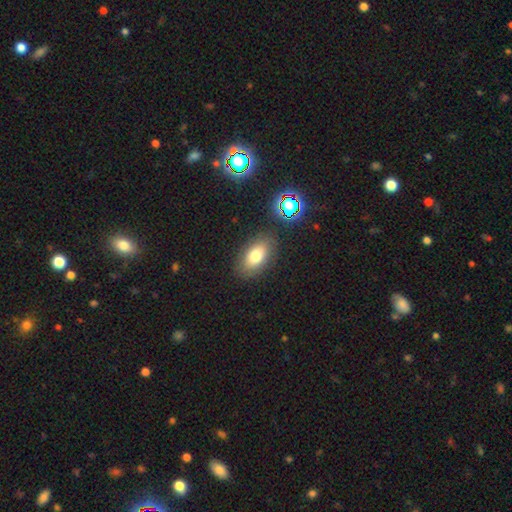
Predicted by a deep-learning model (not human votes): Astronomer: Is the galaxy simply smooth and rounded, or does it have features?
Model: smooth — 75%.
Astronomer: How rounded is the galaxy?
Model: in between — 89%.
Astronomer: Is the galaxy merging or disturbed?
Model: none — 85%.